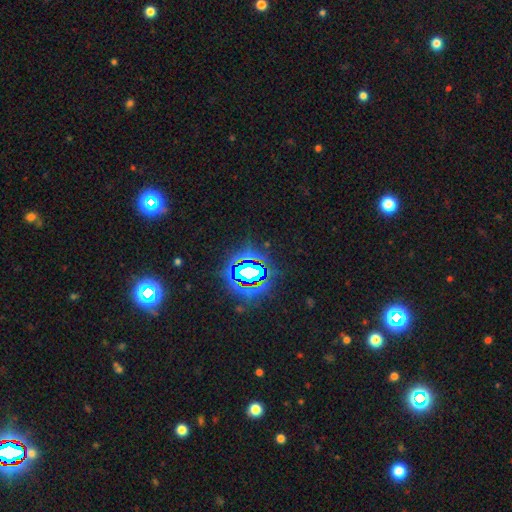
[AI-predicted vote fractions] Smooth or featured? Predicted: star or artifact (p=0.83).